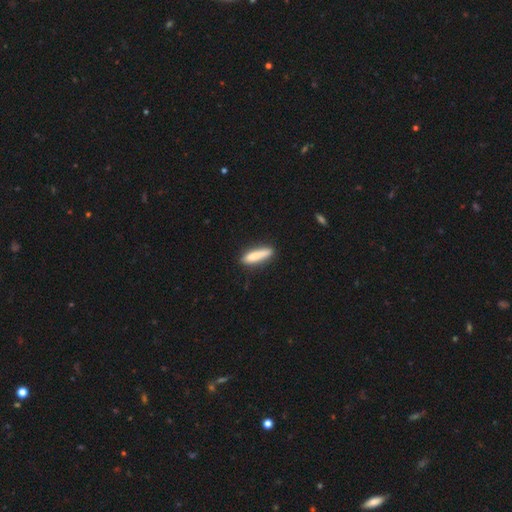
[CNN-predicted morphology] Smooth or featured? Predicted: smooth (p=0.80). How rounded? Predicted: cigar-shaped (p=0.80). Merging? Predicted: none (p=0.81).